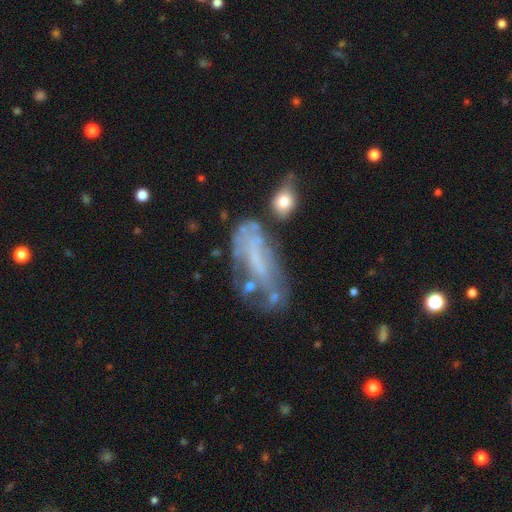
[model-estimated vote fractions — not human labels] featured or disk 59%, smooth 29%, star or artifact 12%. Down the decision tree: edge-on disk — no (87%); bar — no (58%); spiral arms — no (63%); bulge size — none (64%); merging — none (33%).